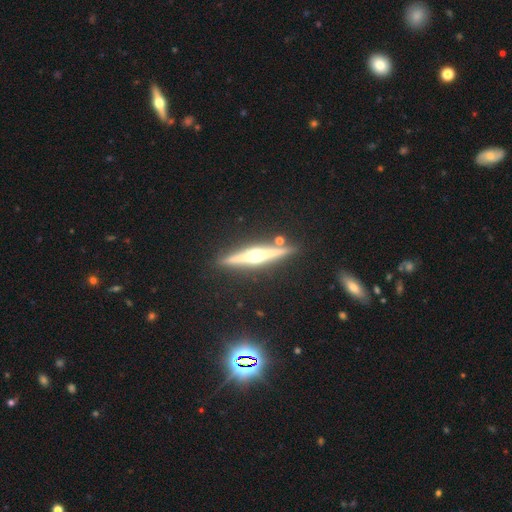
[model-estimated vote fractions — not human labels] smooth_or_featured: featured or disk (p=0.83) [alt: smooth p=0.11]
disk_edge_on: yes (p=0.98) [alt: no p=0.02]
edge_on_bulge: rounded (p=0.95) [alt: boxy p=0.03]
merging: none (p=0.89) [alt: minor disturbance p=0.07]